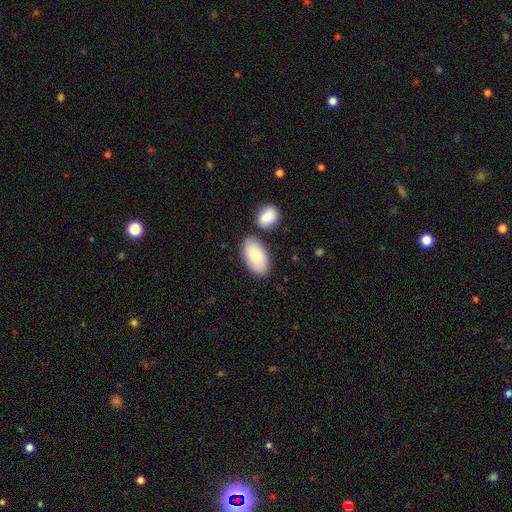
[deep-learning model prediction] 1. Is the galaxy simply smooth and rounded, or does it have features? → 84% smooth, 11% featured or disk, 5% star or artifact.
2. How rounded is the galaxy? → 95% in between, 3% round, 2% cigar-shaped.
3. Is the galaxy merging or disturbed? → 70% none, 15% merger, 13% minor disturbance, 3% major disturbance.